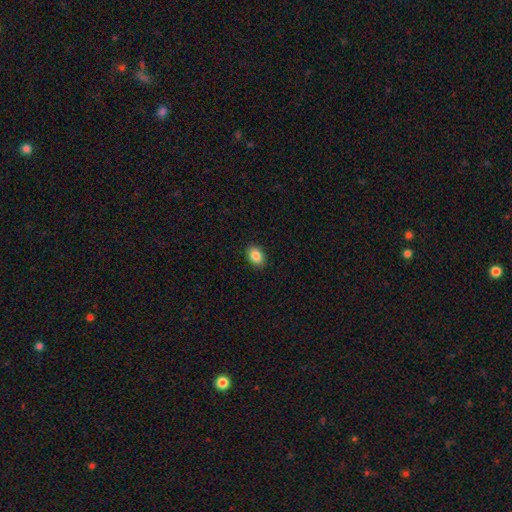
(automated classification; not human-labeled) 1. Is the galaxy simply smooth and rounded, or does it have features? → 87% smooth, 8% star or artifact, 5% featured or disk.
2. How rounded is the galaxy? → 79% in between, 20% round, 1% cigar-shaped.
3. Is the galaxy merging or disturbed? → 90% none, 7% minor disturbance, 2% major disturbance, 1% merger.